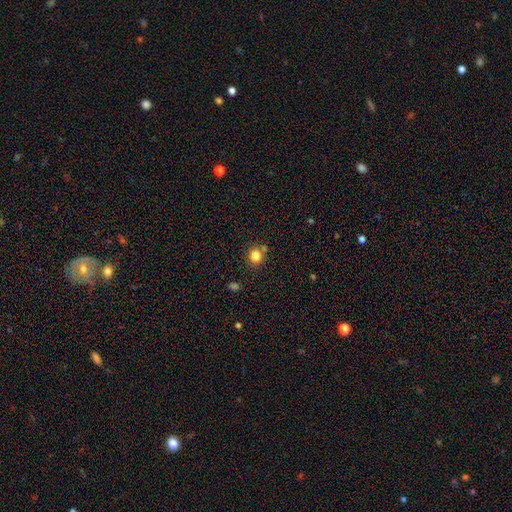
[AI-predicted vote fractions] This appears to be a smooth galaxy with no disk features (82%) that is round (83%). Merging: none (73%).